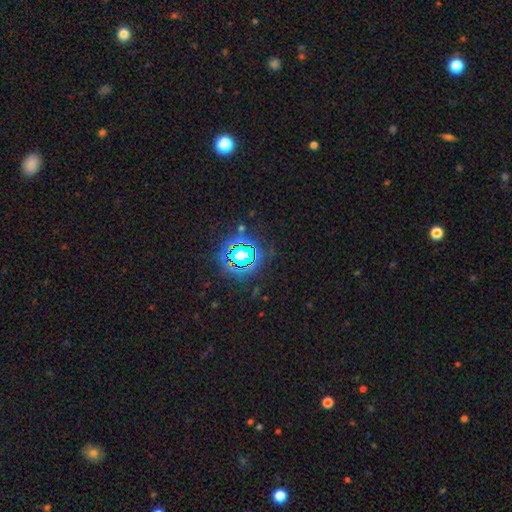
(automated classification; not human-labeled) Smooth or featured? Predicted: star or artifact (p=0.81).